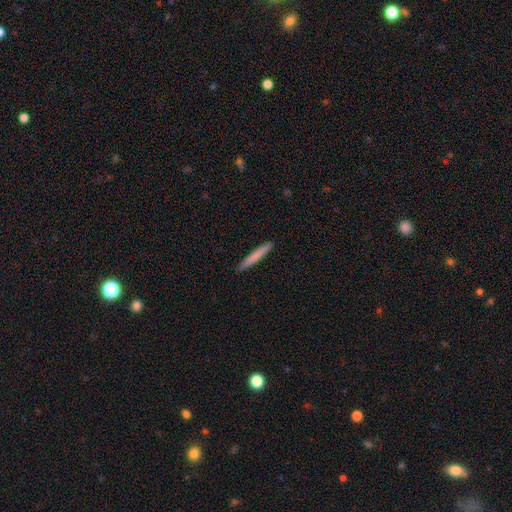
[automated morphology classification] This appears to be a smooth galaxy with no disk features (74%) that is cigar-shaped (96%). Merging: none (92%).